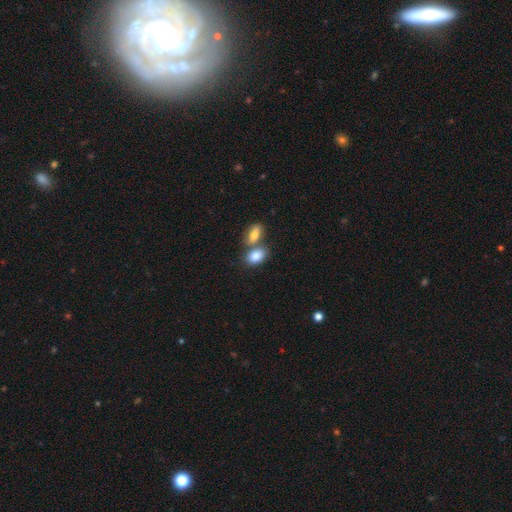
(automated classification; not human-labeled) Morphology: type=smooth (83%); roundness=in between (86%); merging=merger (45%).